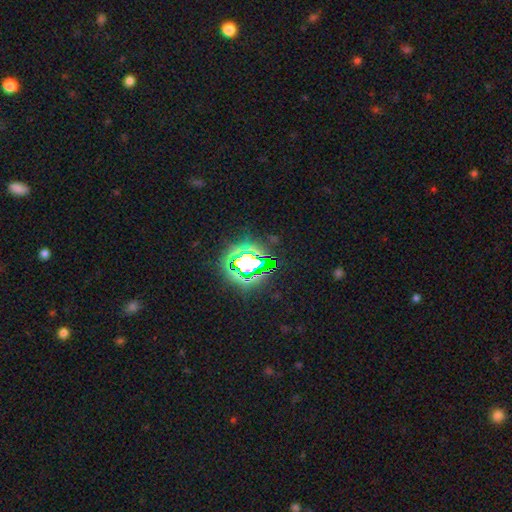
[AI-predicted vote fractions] A star or artifact, not a galaxy (69%).

Vote fractions:
- Smooth or featured? star or artifact: 69% / smooth: 19% / featured or disk: 11%